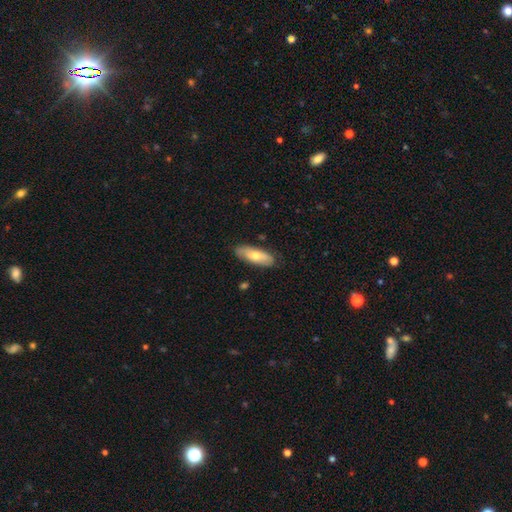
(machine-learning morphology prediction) Q: Smooth or featured?
A: smooth (63%); runner-up: featured or disk (31%)
Q: How rounded?
A: in between (72%); runner-up: cigar-shaped (26%)
Q: Merging?
A: none (82%); runner-up: minor disturbance (14%)